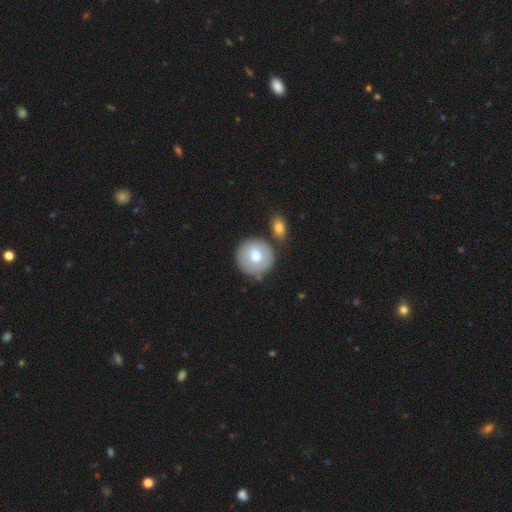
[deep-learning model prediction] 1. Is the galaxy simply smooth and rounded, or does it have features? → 72% smooth, 22% featured or disk, 6% star or artifact.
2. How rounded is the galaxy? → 93% round, 6% in between, 1% cigar-shaped.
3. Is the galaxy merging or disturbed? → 73% none, 12% minor disturbance, 12% merger, 4% major disturbance.